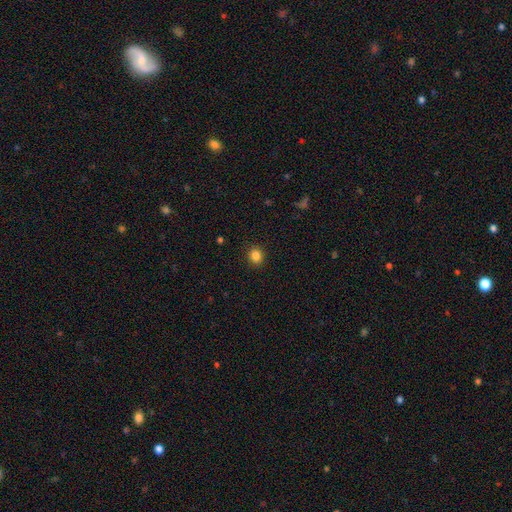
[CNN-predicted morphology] A smooth galaxy with no disk features (84%) that is round (77%).

Vote fractions:
- Smooth or featured? smooth: 84% / star or artifact: 11% / featured or disk: 4%
- How rounded? round: 77% / in between: 22% / cigar-shaped: 1%
- Merging? none: 91% / minor disturbance: 6% / major disturbance: 2% / merger: 1%